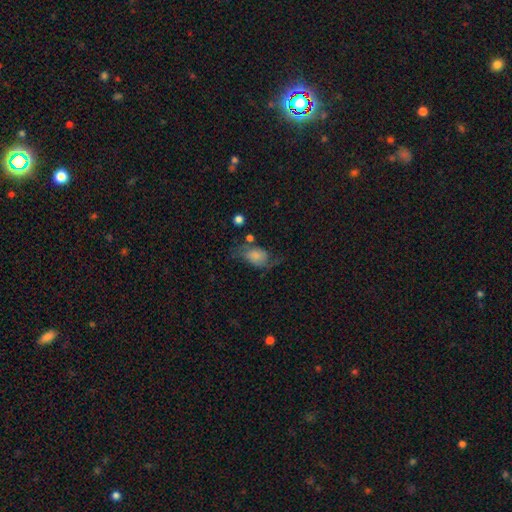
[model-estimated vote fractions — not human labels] smooth 54%, featured or disk 37%, star or artifact 10%. Down the decision tree: how rounded — in between (82%); merging — none (45%).